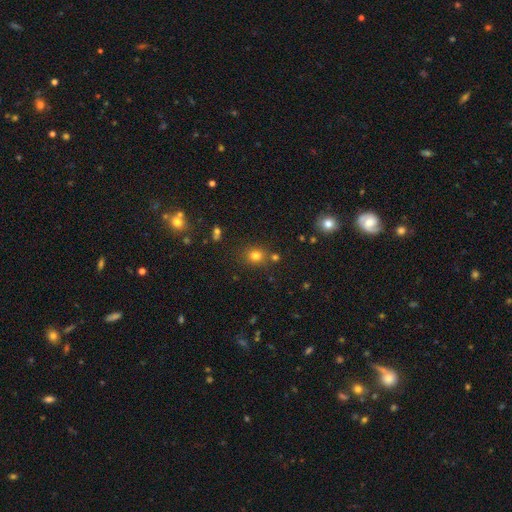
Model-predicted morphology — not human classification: A smooth galaxy with no disk features (77%) that is round (73%).

Vote fractions:
- Smooth or featured? smooth: 77% / star or artifact: 16% / featured or disk: 7%
- How rounded? round: 73% / in between: 26% / cigar-shaped: 1%
- Merging? none: 75% / minor disturbance: 11% / merger: 10% / major disturbance: 4%